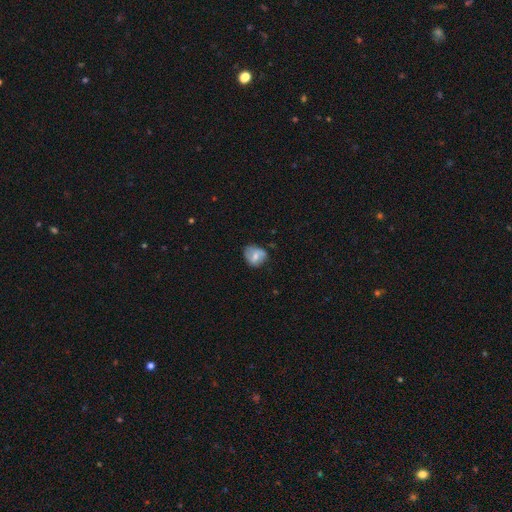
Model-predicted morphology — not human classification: This appears to be a smooth galaxy with no disk features (58%) that is round (56%). Merging: none (58%).